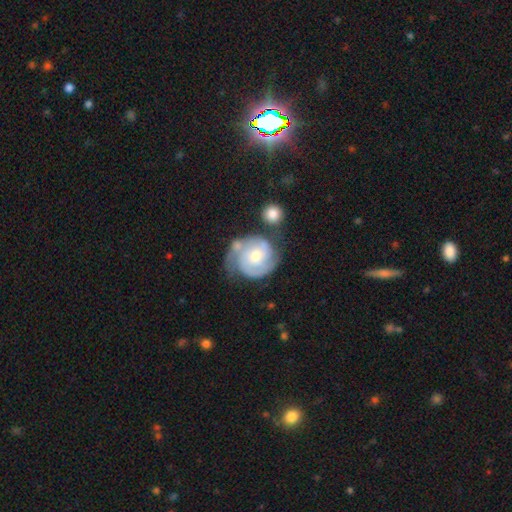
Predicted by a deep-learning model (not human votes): The model was most divided on "spiral winding": tight: 58%, medium: 34%, loose: 8%. More confident: edge-on disk — no (98%); spiral arms — yes (95%); smooth or featured — featured or disk (83%); spiral arm count — 2 (71%); bar — no (63%); bulge size — moderate (61%); merging — none (56%).